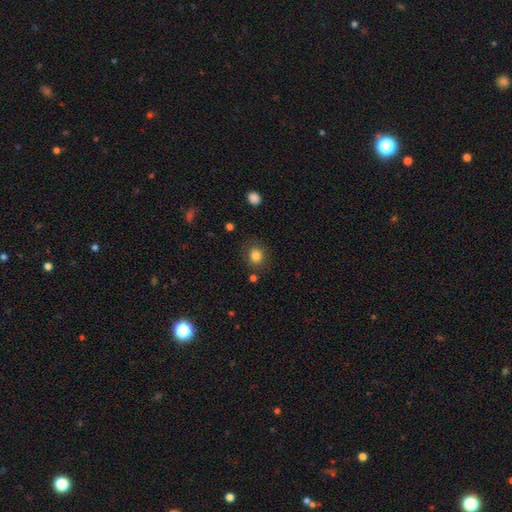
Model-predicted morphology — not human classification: Smooth or featured: smooth — 83% (star or artifact — 11%)
How rounded: round — 73% (in between — 27%)
Merging: none — 80% (minor disturbance — 12%)